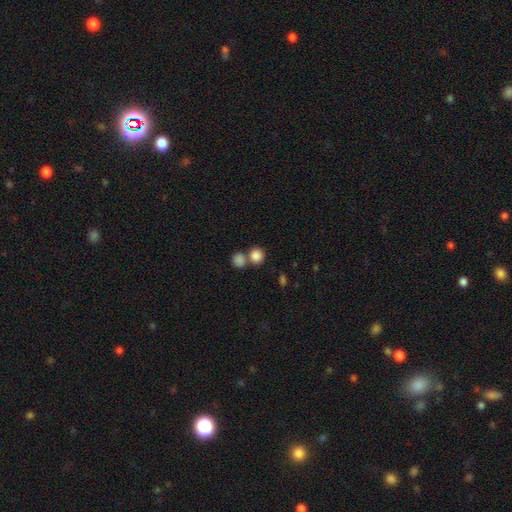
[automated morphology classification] Smooth or featured? smooth (85%)
How rounded? round (81%)
Merging? none (54%)